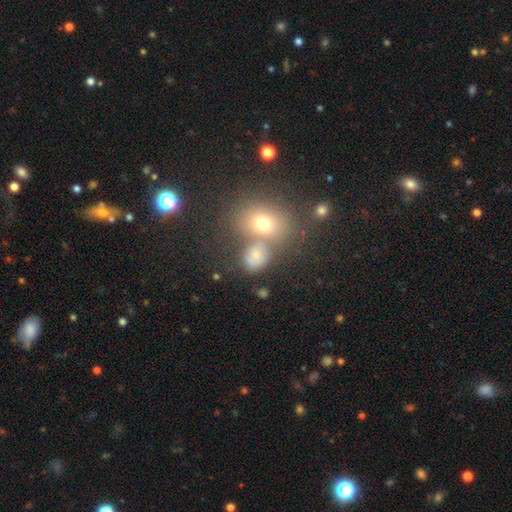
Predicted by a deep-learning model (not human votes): Smooth or featured? Predicted: smooth (p=0.70). How rounded? Predicted: round (p=0.50). Merging? Predicted: none (p=0.48).